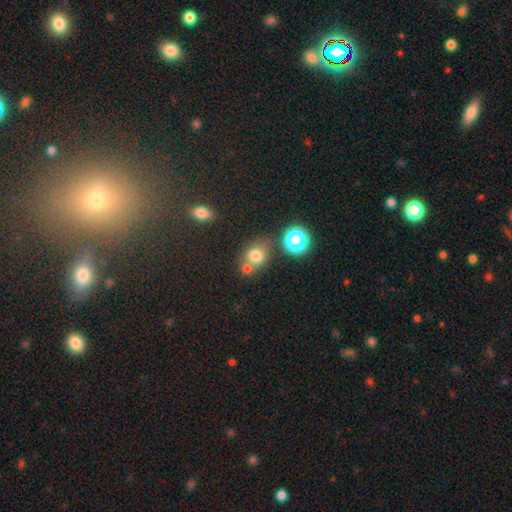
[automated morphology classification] A smooth galaxy with no disk features (73%) that is round (66%). Merging: none (57%).